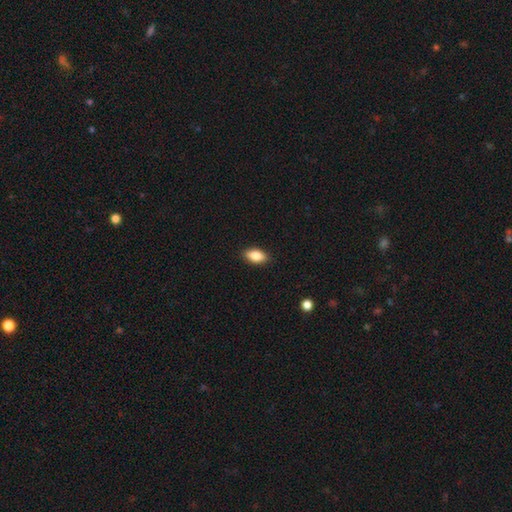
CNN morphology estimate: smooth_or_featured: smooth (p=0.84) [alt: featured or disk p=0.09]
how_rounded: in between (p=0.90) [alt: round p=0.06]
merging: none (p=0.89) [alt: minor disturbance p=0.08]